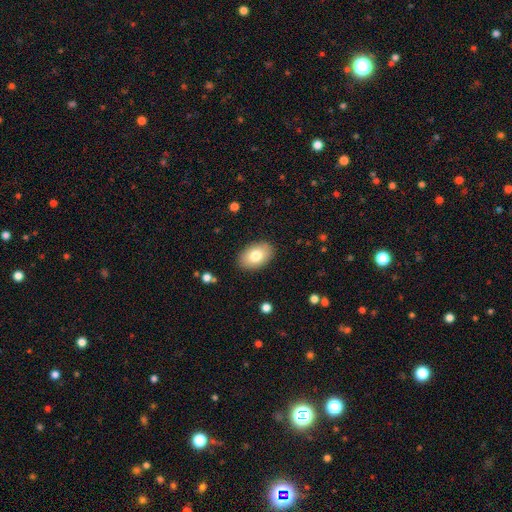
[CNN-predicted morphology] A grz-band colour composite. It shows a smooth galaxy with no disk features (79%) that is in between round and cigar-shaped (90%). Merging: none (88%).